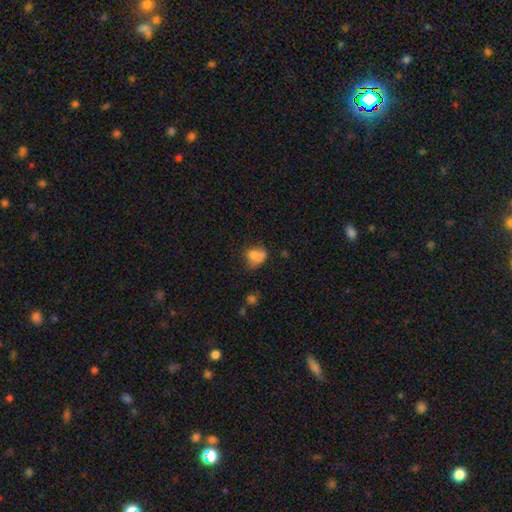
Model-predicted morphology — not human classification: Smooth or featured?
  - smooth: 71% *
  - featured or disk: 17%
  - star or artifact: 12%
How rounded?
  - in between: 60% *
  - round: 38%
  - cigar-shaped: 2%
Merging?
  - none: 31% *
  - merger: 30%
  - minor disturbance: 23%
  - major disturbance: 16%